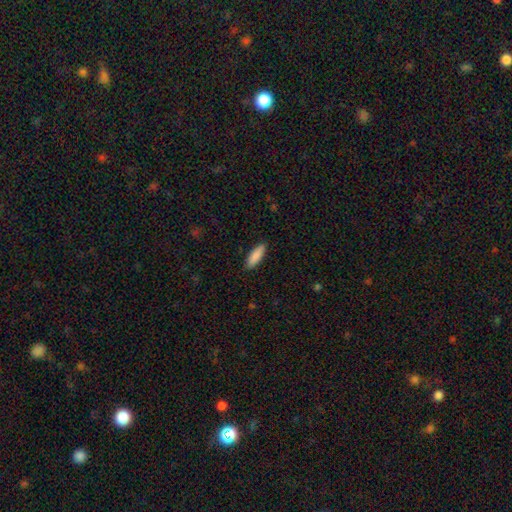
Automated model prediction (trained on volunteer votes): smooth_or_featured: smooth (p=0.89) [alt: star or artifact p=0.06]
how_rounded: in between (p=0.57) [alt: cigar-shaped p=0.42]
merging: none (p=0.89) [alt: minor disturbance p=0.09]